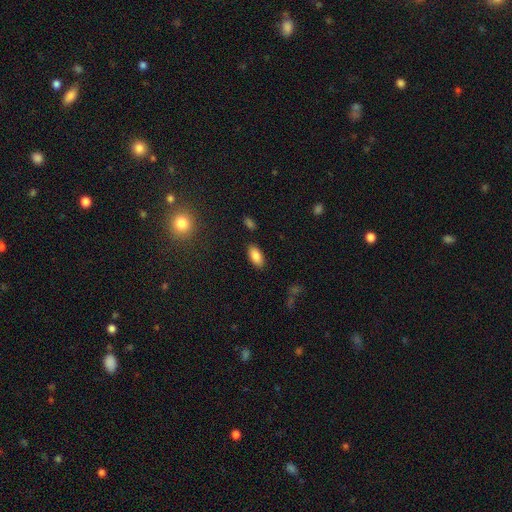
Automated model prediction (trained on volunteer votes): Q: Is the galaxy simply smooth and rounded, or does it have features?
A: smooth — 86%.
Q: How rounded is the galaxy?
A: in between — 92%.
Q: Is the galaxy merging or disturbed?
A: none — 86%.